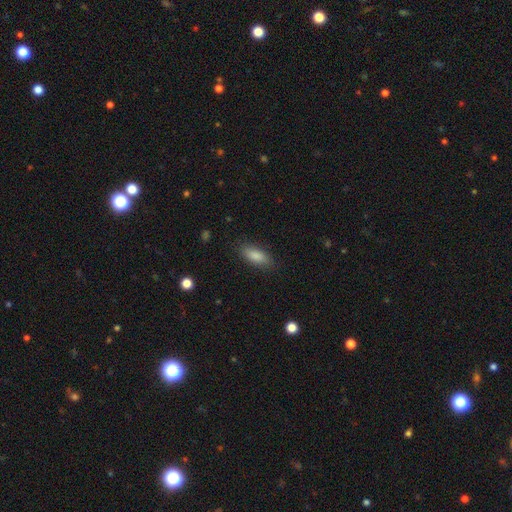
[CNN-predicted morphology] The model was most divided on "how rounded": in between: 77%, cigar-shaped: 21%, round: 2%. More confident: smooth or featured — smooth (86%); merging — none (85%).